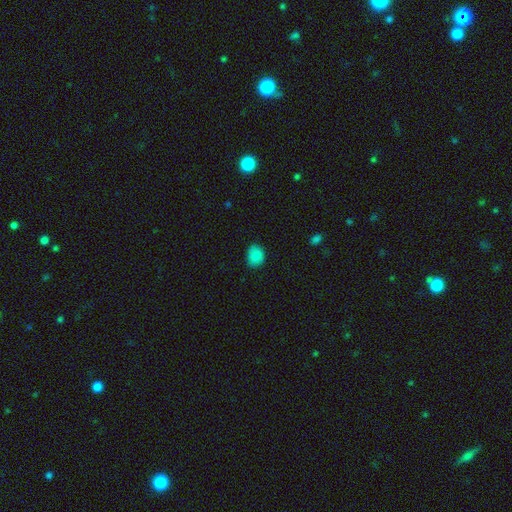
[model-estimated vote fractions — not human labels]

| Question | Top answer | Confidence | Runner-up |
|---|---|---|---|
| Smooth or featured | smooth | 86% | star or artifact (9%) |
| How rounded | round | 50% | in between (49%) |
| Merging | none | 79% | minor disturbance (17%) |